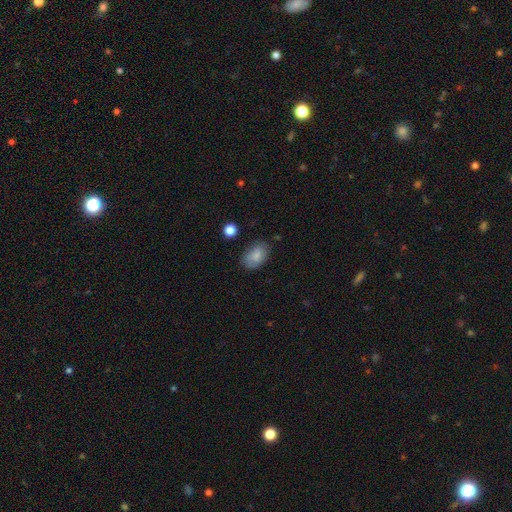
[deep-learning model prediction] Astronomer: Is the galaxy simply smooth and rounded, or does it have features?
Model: smooth — 82%.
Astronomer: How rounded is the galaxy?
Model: in between — 88%.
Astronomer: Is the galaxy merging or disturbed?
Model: none — 72%.